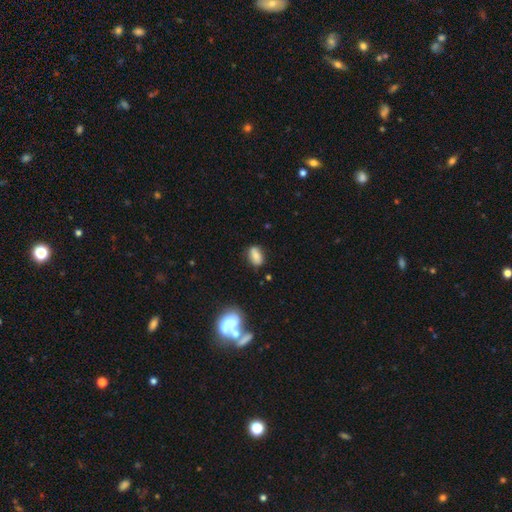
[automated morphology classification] Smooth or featured? Predicted: smooth (p=0.77). How rounded? Predicted: in between (p=0.86). Merging? Predicted: none (p=0.76).